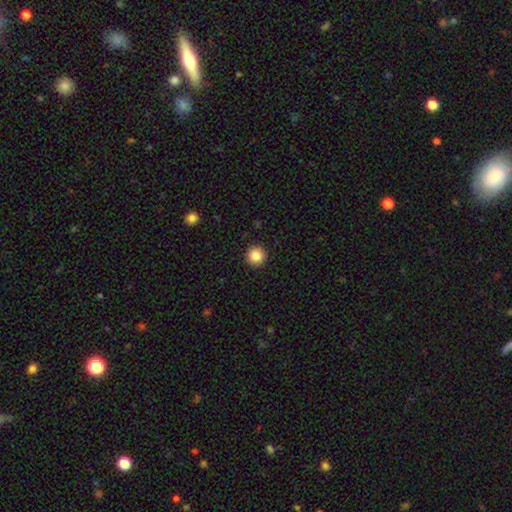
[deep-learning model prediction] smooth 86%, star or artifact 10%, featured or disk 4%. Down the decision tree: how rounded — round (96%); merging — none (93%).